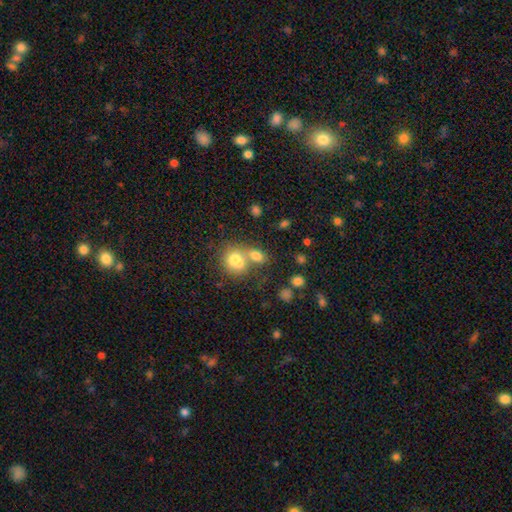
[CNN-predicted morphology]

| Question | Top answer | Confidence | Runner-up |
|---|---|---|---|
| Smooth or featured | smooth | 76% | star or artifact (12%) |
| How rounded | in between | 63% | round (34%) |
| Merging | merger | 50% | none (36%) |